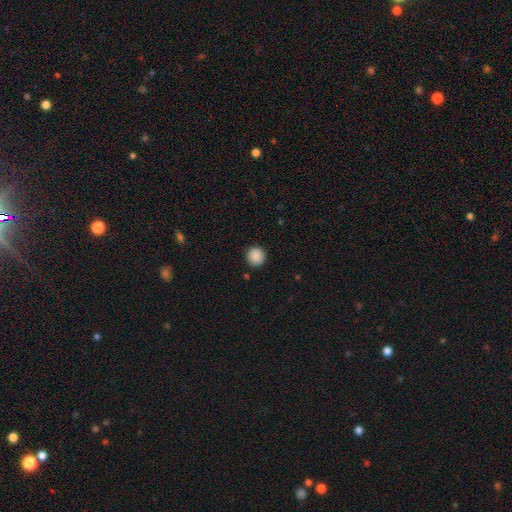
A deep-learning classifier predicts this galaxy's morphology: smooth_or_featured: smooth (p=0.89) [alt: star or artifact p=0.09]
how_rounded: round (p=0.92) [alt: in between p=0.07]
merging: none (p=0.90) [alt: minor disturbance p=0.06]